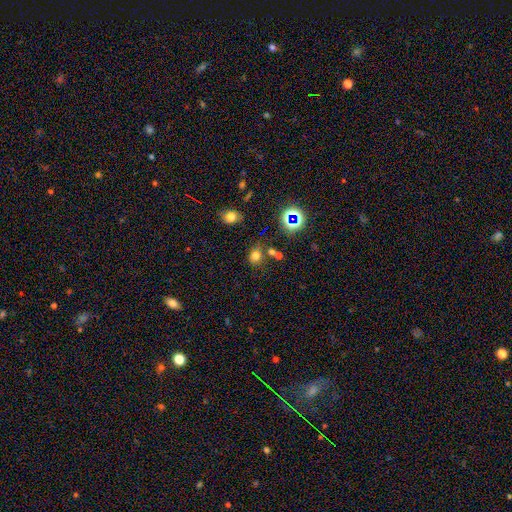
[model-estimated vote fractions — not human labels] smooth-or-featured: smooth: 69% | star or artifact: 23% | featured or disk: 8%
  how-rounded: round: 64% | in between: 35% | cigar-shaped: 1%
  merging: none: 68% | minor disturbance: 14% | merger: 13% | major disturbance: 5%